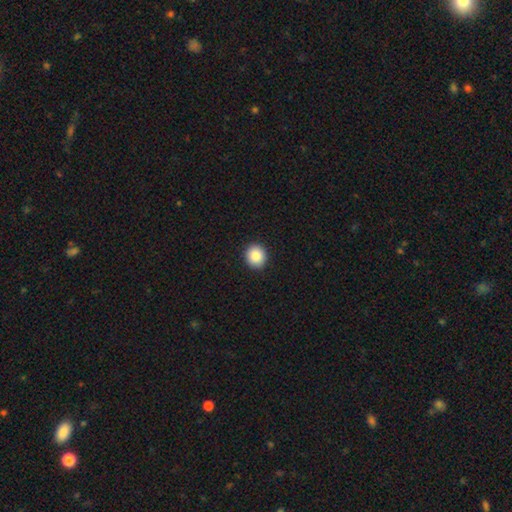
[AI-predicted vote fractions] Smooth or featured: smooth — 86% (star or artifact — 9%)
How rounded: round — 85% (in between — 14%)
Merging: none — 92% (minor disturbance — 5%)